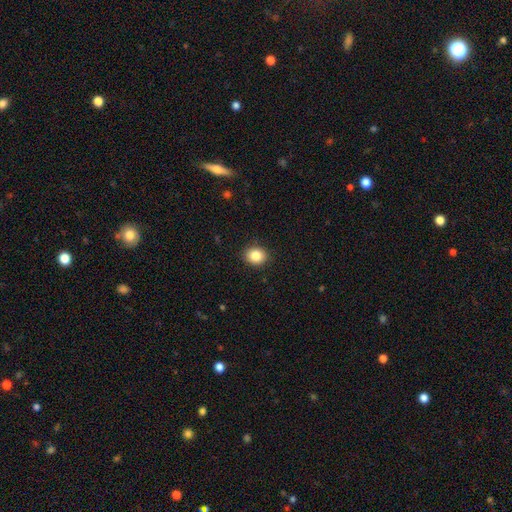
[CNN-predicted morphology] Smooth or featured? smooth (84%)
How rounded? round (62%)
Merging? none (90%)